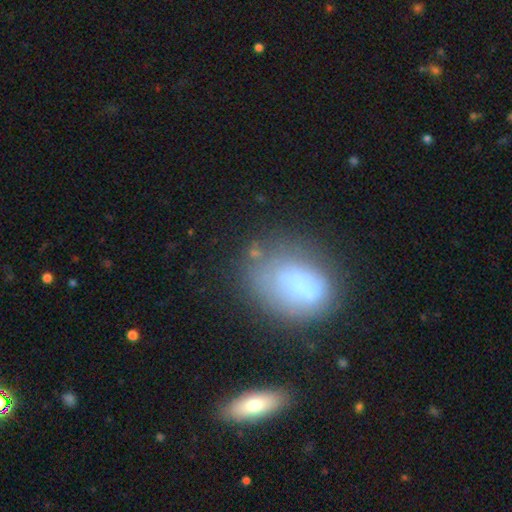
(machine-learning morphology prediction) This appears to be a smooth galaxy with no disk features (63%) that is in between round and cigar-shaped (80%). Merging: none (46%).